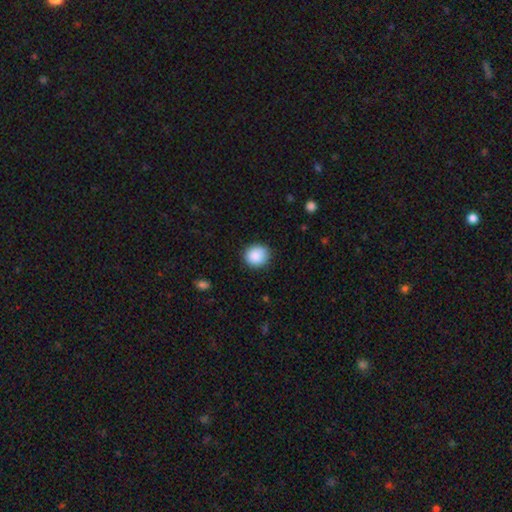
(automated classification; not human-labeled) smooth_or_featured: smooth (p=0.89) [alt: star or artifact p=0.08]
how_rounded: round (p=0.87) [alt: in between p=0.12]
merging: none (p=0.88) [alt: minor disturbance p=0.09]